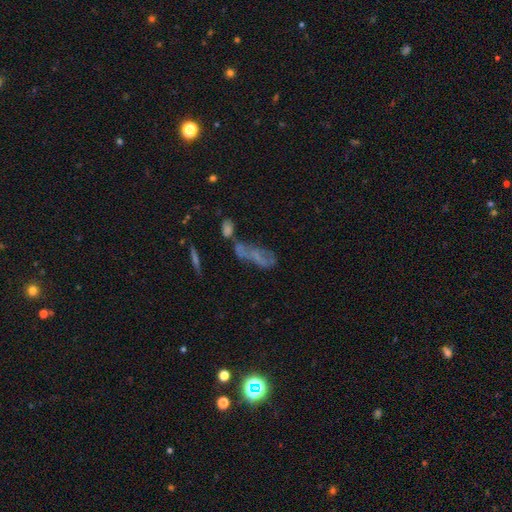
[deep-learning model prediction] This appears to be a featured or disk galaxy (43%). Merging: merger (33%).